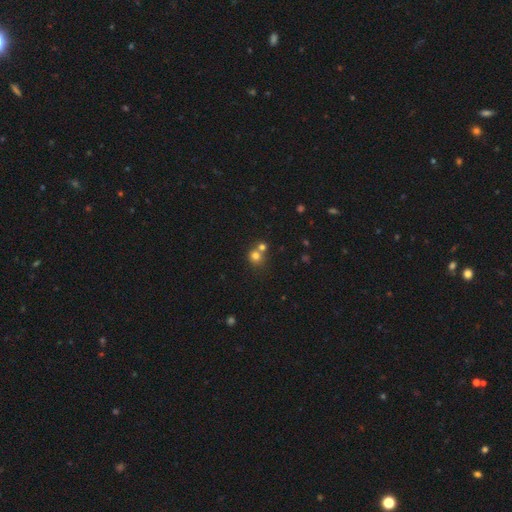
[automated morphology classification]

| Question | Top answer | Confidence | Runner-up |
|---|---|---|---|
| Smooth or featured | smooth | 75% | star or artifact (15%) |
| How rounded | round | 85% | in between (15%) |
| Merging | none | 49% | merger (41%) |